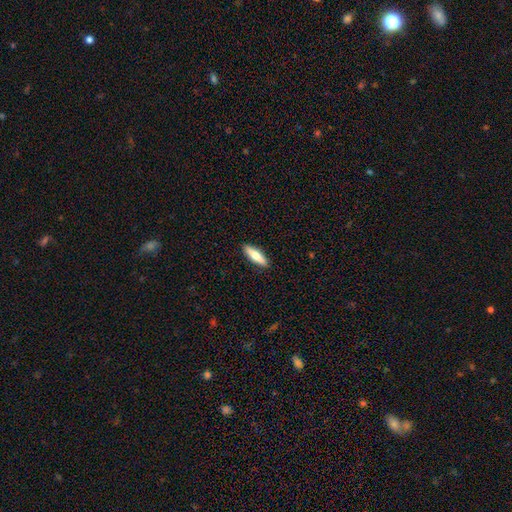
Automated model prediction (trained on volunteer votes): A smooth galaxy with no disk features (63%) that is cigar-shaped (61%). Merging: none (91%).